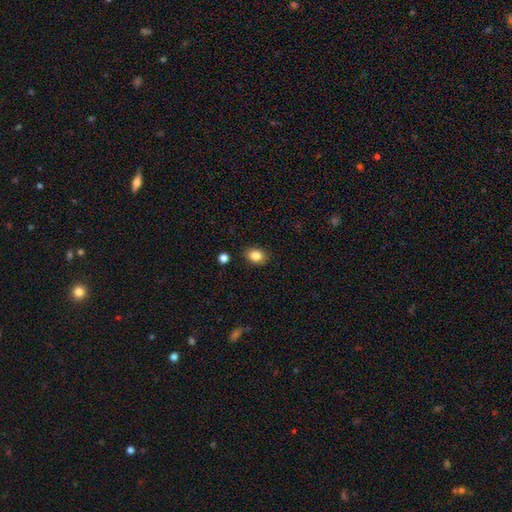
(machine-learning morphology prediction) This is clearly a smooth galaxy (85%). How rounded: likely in between (67%). Merging: clearly none (86%).